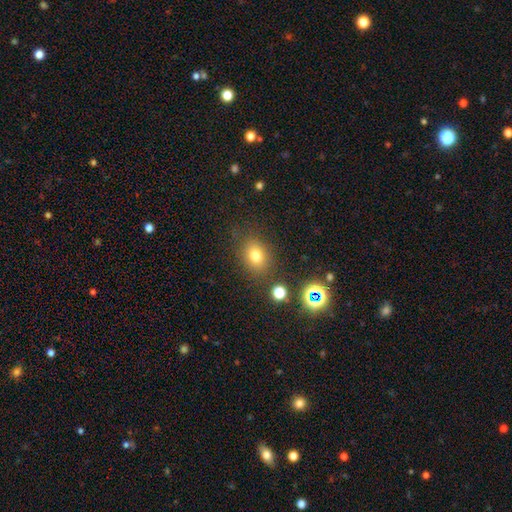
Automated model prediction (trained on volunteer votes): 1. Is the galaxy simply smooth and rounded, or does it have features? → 74% smooth, 16% star or artifact, 10% featured or disk.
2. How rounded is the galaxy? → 50% in between, 48% round, 1% cigar-shaped.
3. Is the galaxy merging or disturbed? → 79% none, 12% minor disturbance, 5% major disturbance, 4% merger.